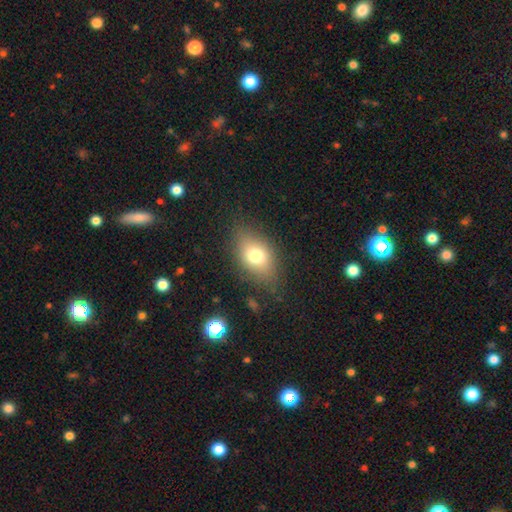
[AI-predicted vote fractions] Smooth or featured: smooth — 73% (featured or disk — 16%)
How rounded: in between — 79% (round — 19%)
Merging: none — 76% (minor disturbance — 16%)